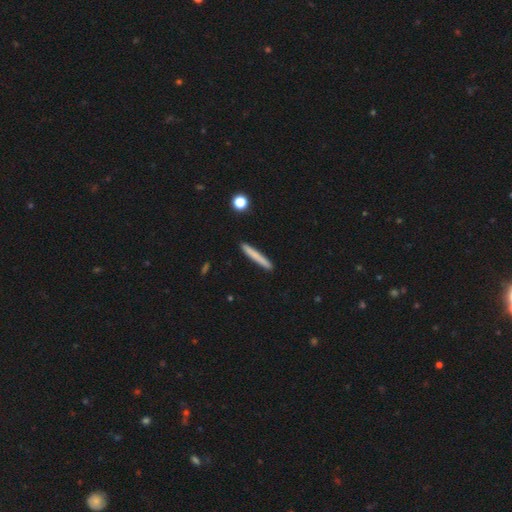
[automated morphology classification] The model was most divided on "smooth or featured": smooth: 73%, featured or disk: 20%, star or artifact: 6%. More confident: how rounded — cigar-shaped (96%); merging — none (91%).